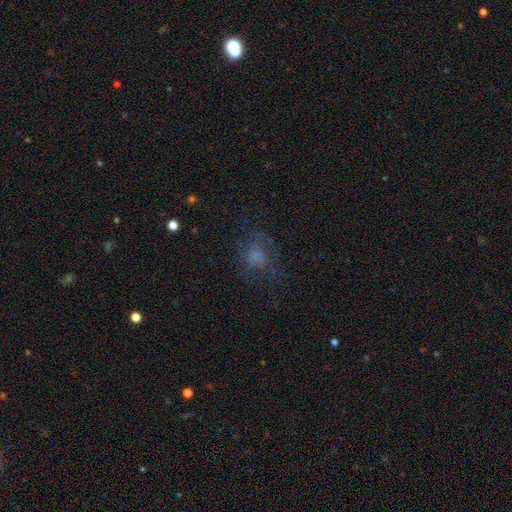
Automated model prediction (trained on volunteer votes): Smooth or featured?
  - smooth: 51% *
  - featured or disk: 30%
  - star or artifact: 19%
How rounded?
  - round: 62% *
  - in between: 36%
  - cigar-shaped: 1%
Merging?
  - none: 53% *
  - major disturbance: 26%
  - minor disturbance: 19%
  - merger: 2%